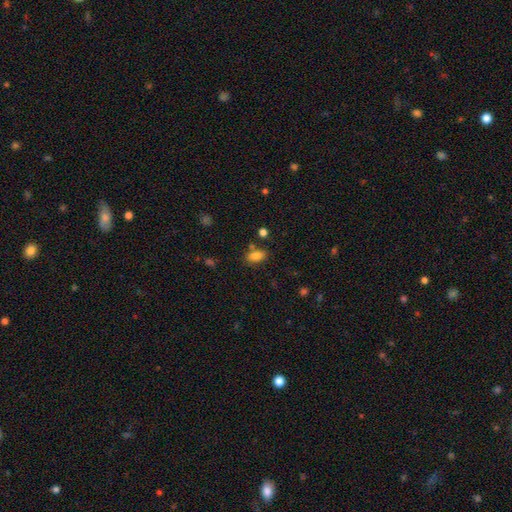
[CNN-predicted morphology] Smooth or featured? Predicted: smooth (p=0.84). How rounded? Predicted: in between (p=0.88). Merging? Predicted: none (p=0.75).